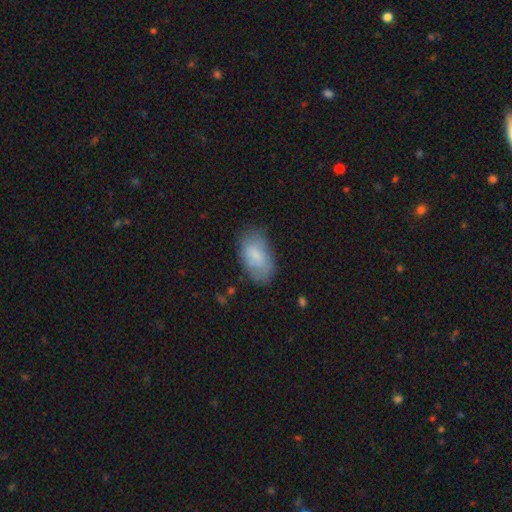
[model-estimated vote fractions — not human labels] Q: Smooth or featured?
A: smooth (75%); runner-up: featured or disk (18%)
Q: How rounded?
A: in between (94%); runner-up: round (4%)
Q: Merging?
A: none (69%); runner-up: minor disturbance (23%)